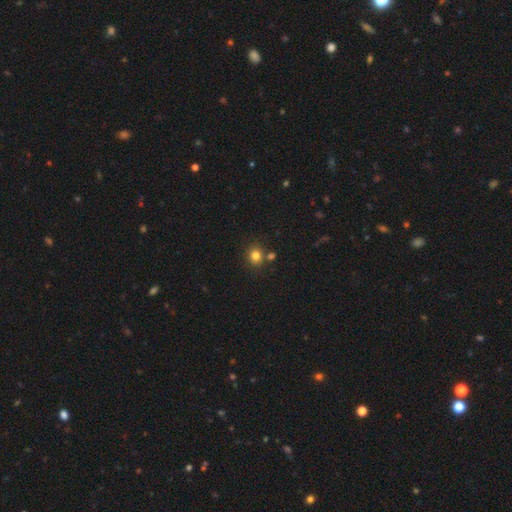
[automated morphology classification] Smooth or featured? Predicted: smooth (p=0.81). How rounded? Predicted: round (p=0.78). Merging? Predicted: none (p=0.73).